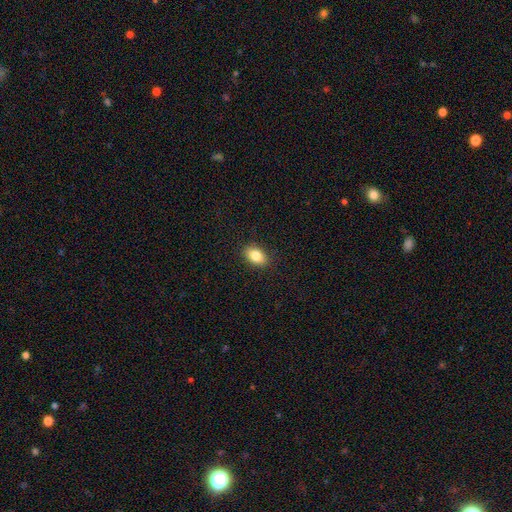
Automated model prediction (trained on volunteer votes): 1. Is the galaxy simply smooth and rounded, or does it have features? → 84% smooth, 8% star or artifact, 8% featured or disk.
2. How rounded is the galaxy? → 84% in between, 14% round, 2% cigar-shaped.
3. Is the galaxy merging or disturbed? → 88% none, 9% minor disturbance, 2% major disturbance, 1% merger.